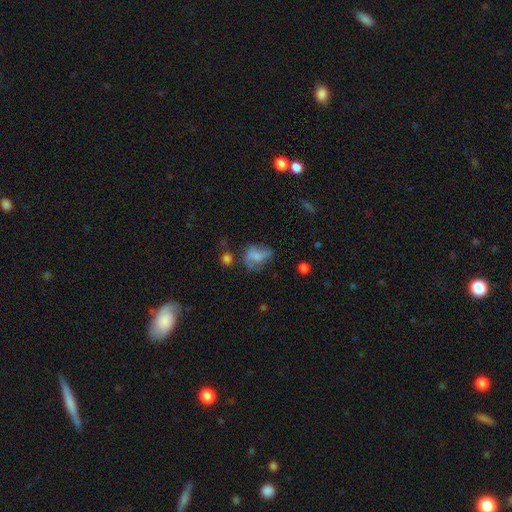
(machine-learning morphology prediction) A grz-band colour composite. It shows a smooth galaxy with no disk features (53%) that is in between round and cigar-shaped (62%). Merging: none (34%).